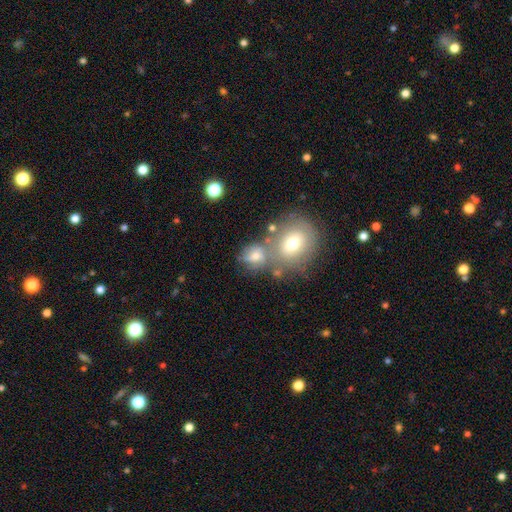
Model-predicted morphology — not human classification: Smooth or featured?
  - smooth: 59% *
  - featured or disk: 27%
  - star or artifact: 14%
How rounded?
  - round: 55% *
  - in between: 44%
  - cigar-shaped: 2%
Merging?
  - merger: 37% * (tied)
  - none: 37% * (tied)
  - minor disturbance: 15%
  - major disturbance: 10%